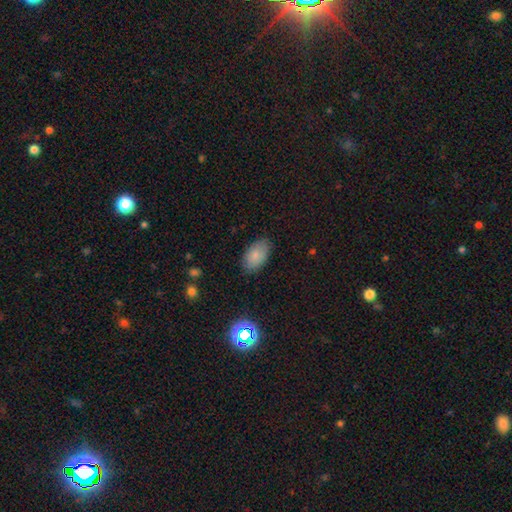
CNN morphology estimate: Smooth or featured? Predicted: smooth (p=0.83). How rounded? Predicted: in between (p=0.93). Merging? Predicted: none (p=0.83).